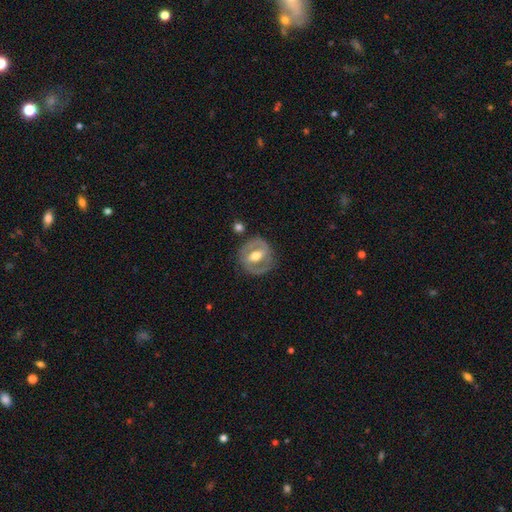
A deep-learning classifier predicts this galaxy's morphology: type=featured or disk (73%); edge-on=no (95%); bar=strong (48%); spiral arms=yes (60%); bulge=moderate (75%); merging=none (80%).